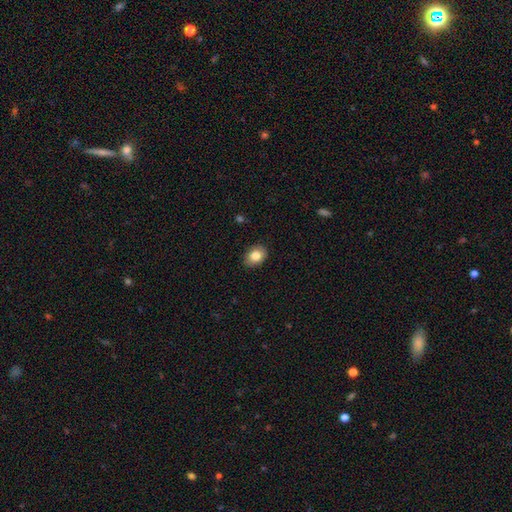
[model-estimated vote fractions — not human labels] Smooth or featured? Predicted: smooth (p=0.84). How rounded? Predicted: in between (p=0.68). Merging? Predicted: none (p=0.86).